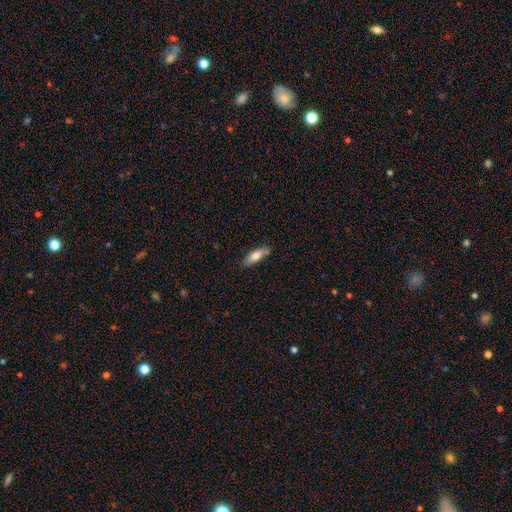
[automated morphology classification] A smooth galaxy with no disk features (75%) that is in between round and cigar-shaped (58%).

Vote fractions:
- Smooth or featured? smooth: 75% / featured or disk: 19% / star or artifact: 6%
- How rounded? in between: 58% / cigar-shaped: 40% / round: 2%
- Merging? none: 76% / minor disturbance: 17% / merger: 4% / major disturbance: 3%